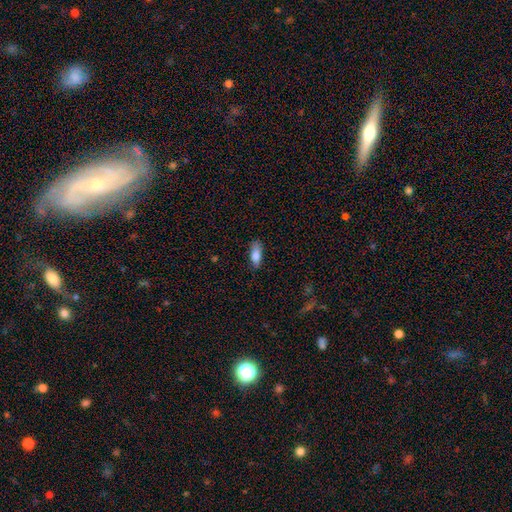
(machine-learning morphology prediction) Smooth or featured? Predicted: smooth (p=0.81). How rounded? Predicted: in between (p=0.73). Merging? Predicted: none (p=0.77).